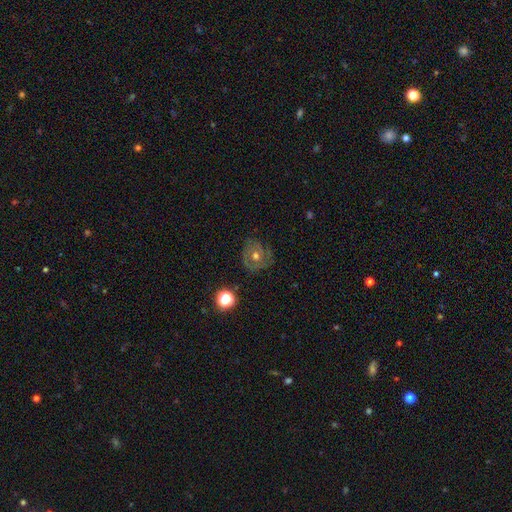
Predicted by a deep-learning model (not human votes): This is possibly a featured or disk galaxy (59%). It is clearly not viewed edge-on (96%). Bar: clearly no (84%). Spiral arm pattern: likely yes (63%). Central bulge: likely moderate (75%). Merging: likely none (75%).